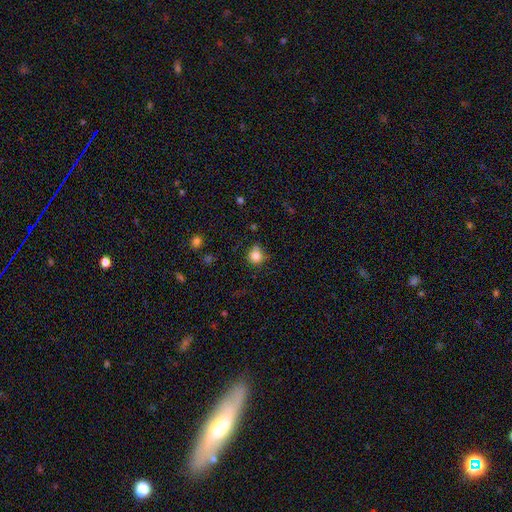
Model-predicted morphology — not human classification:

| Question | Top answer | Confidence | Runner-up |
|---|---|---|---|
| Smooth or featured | smooth | 83% | star or artifact (11%) |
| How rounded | round | 83% | in between (16%) |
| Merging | none | 64% | minor disturbance (26%) |